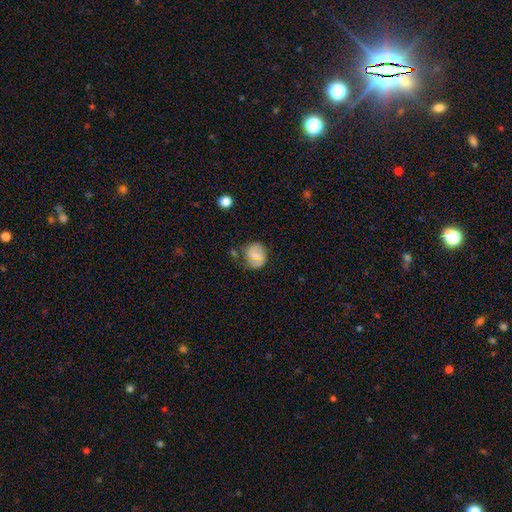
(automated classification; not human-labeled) Q: Smooth or featured?
A: smooth (54%); runner-up: featured or disk (37%)
Q: How rounded?
A: round (71%); runner-up: in between (28%)
Q: Merging?
A: none (69%); runner-up: minor disturbance (20%)